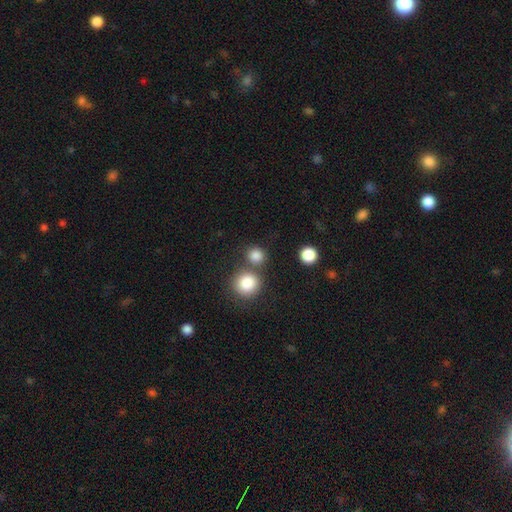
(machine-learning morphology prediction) A smooth galaxy with no disk features (84%) that is round (85%). Merging: none (65%).